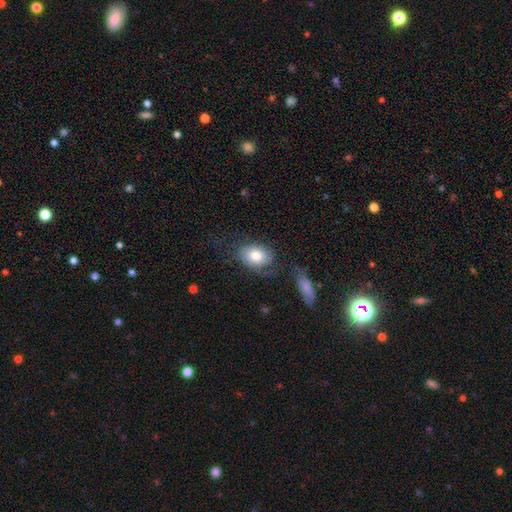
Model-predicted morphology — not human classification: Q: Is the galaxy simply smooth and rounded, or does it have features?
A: smooth — 65%.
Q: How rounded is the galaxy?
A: in between — 71%.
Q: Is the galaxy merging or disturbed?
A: none — 46%.